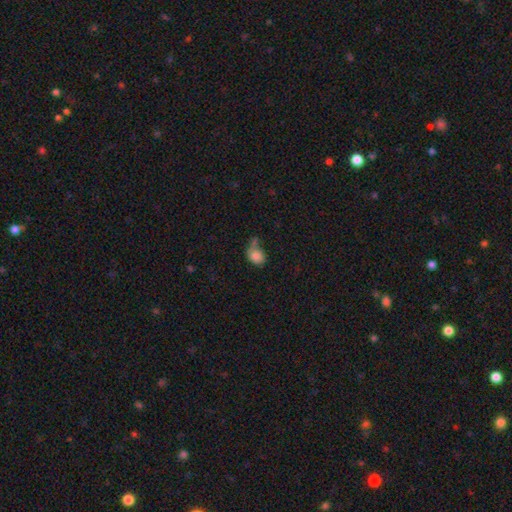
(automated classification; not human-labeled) A smooth galaxy with no disk features (81%) that is in between round and cigar-shaped (57%).

Vote fractions:
- Smooth or featured? smooth: 81% / featured or disk: 10% / star or artifact: 9%
- How rounded? in between: 57% / round: 42% / cigar-shaped: 1%
- Merging? none: 39% / minor disturbance: 24% / merger: 21% / major disturbance: 16%